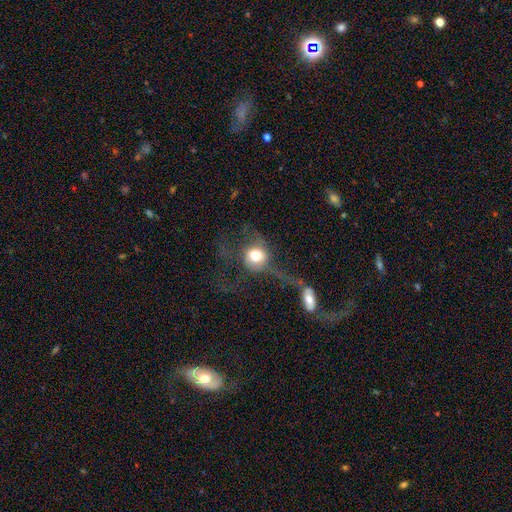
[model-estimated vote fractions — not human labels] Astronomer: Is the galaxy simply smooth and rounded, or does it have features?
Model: smooth — 55% (runner-up: featured or disk, 33%).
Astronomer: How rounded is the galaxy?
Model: round — 75%.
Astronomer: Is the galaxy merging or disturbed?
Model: major disturbance — 44% (runner-up: none, 26%).